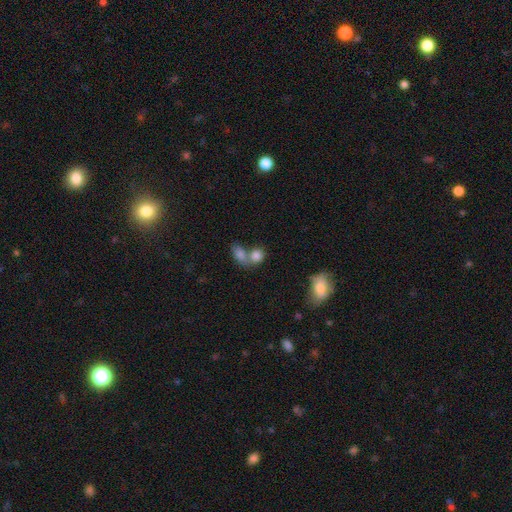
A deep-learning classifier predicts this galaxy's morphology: type=smooth (81%); roundness=in between (54%); merging=merger (58%).